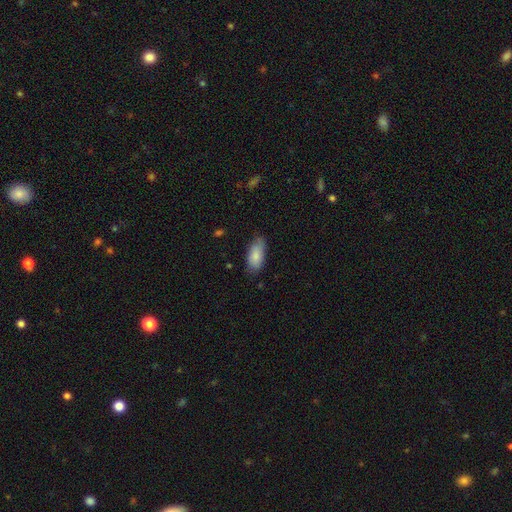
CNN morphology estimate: A smooth galaxy with no disk features (84%) that is in between round and cigar-shaped (89%). Merging: none (72%).